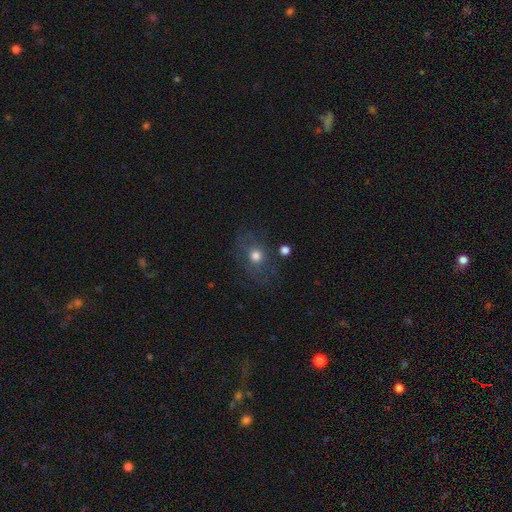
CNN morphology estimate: Overall: smooth (58%; featured or disk 28%). How rounded: round (61%; in between 38%). Merging: none (68%).